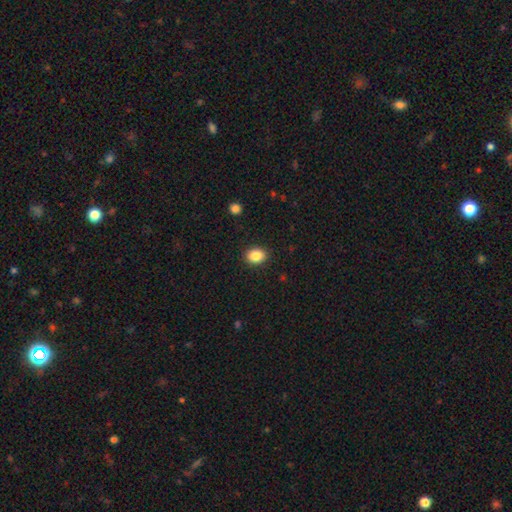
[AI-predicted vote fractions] smooth-or-featured: smooth: 86% | star or artifact: 9% | featured or disk: 5%
  how-rounded: round: 50% (tied) | in between: 50% (tied) | cigar-shaped: 1%
  merging: none: 91% | minor disturbance: 7% | major disturbance: 2% | merger: 1%